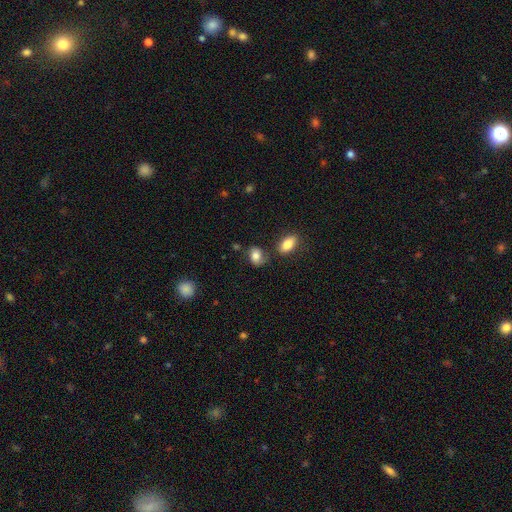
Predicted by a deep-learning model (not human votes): This is likely a smooth galaxy (79%). How rounded: likely in between (70%). Merging: possibly none (59%).